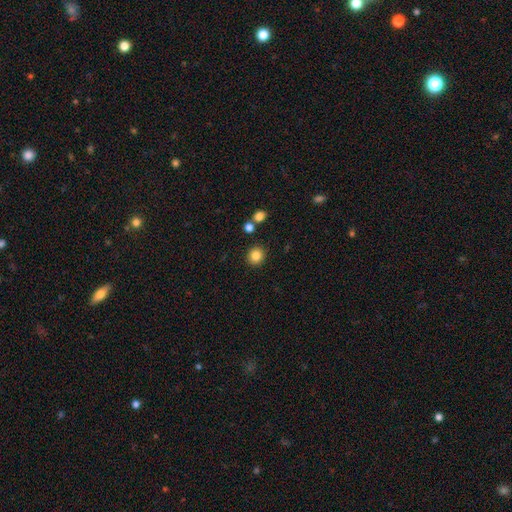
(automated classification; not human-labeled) Smooth or featured? Predicted: smooth (p=0.84). How rounded? Predicted: round (p=0.88). Merging? Predicted: none (p=0.88).